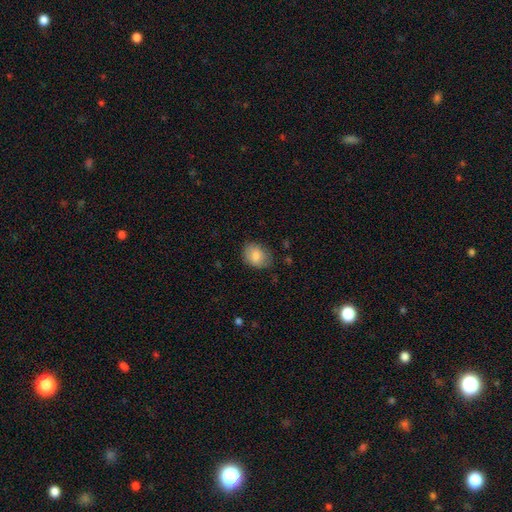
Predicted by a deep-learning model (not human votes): Smooth or featured?
  - smooth: 85% *
  - featured or disk: 8%
  - star or artifact: 7%
How rounded?
  - in between: 59% *
  - round: 40%
  - cigar-shaped: 1%
Merging?
  - none: 77% *
  - minor disturbance: 18%
  - major disturbance: 4%
  - merger: 1%